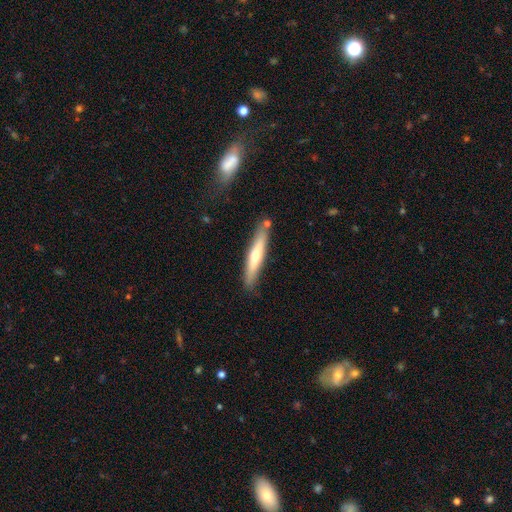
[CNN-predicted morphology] smooth 50%, featured or disk 45%, star or artifact 5%. Down the decision tree: merging — none (83%).